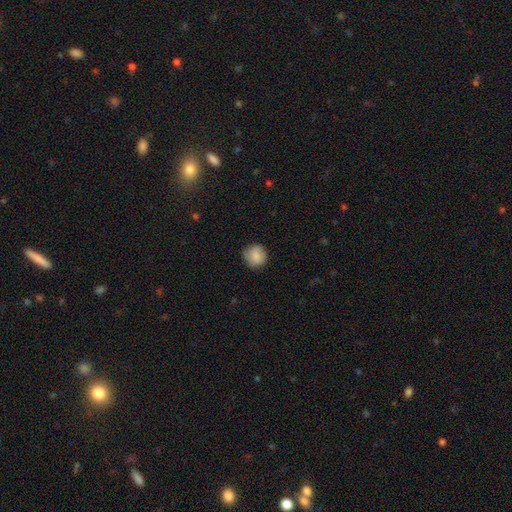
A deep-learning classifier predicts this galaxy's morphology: smooth 85%, featured or disk 8%, star or artifact 7%. Down the decision tree: how rounded — round (90%); merging — none (81%).